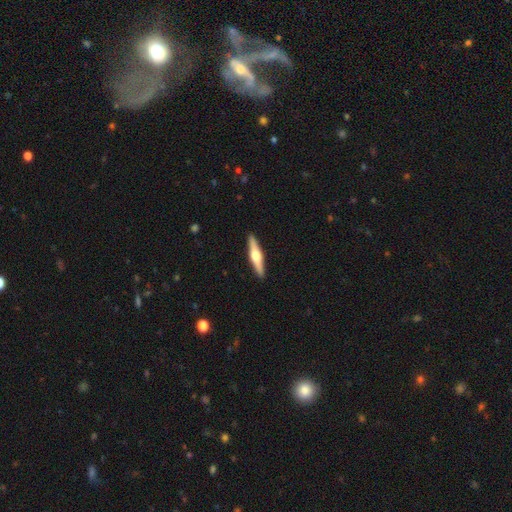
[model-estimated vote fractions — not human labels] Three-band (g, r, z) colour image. It shows a featured or disk galaxy (65%) viewed edge-on (97%) with a rounded central bulge (93%). Merging: none (92%).